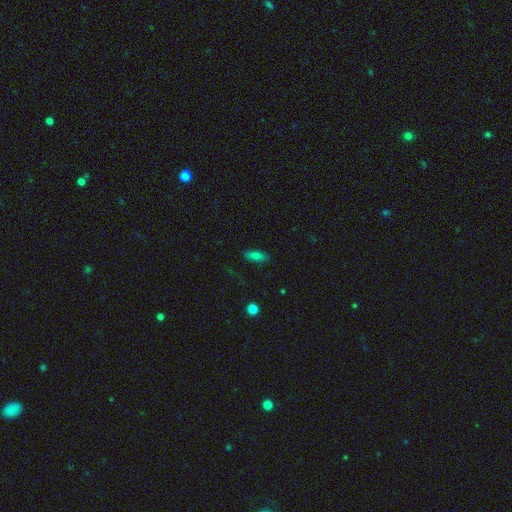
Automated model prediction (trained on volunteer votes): This is likely a smooth galaxy (75%). How rounded: likely in between (64%). Merging: clearly none (84%).